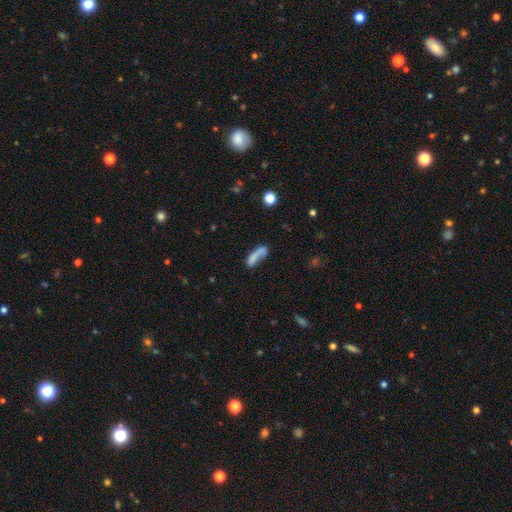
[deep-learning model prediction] This appears to be a smooth galaxy with no disk features (71%) that is cigar-shaped (49%). Merging: none (39%).